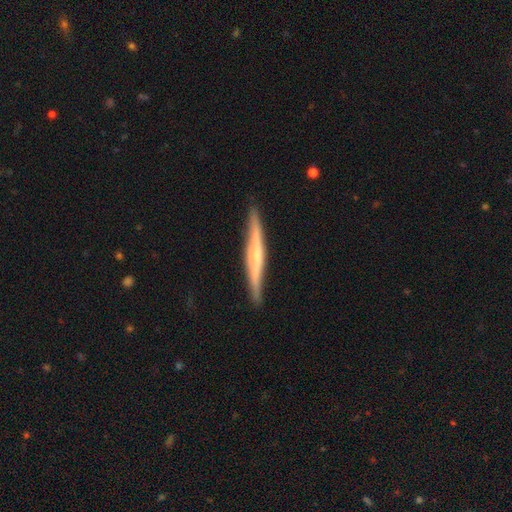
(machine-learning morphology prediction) A featured or disk galaxy (68%) viewed edge-on (96%) with a rounded central bulge (55%). Merging: none (89%).